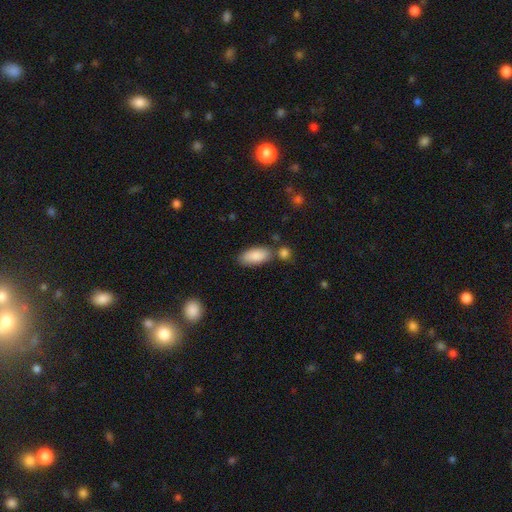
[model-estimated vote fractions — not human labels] Smooth or featured? Predicted: smooth (p=0.87). How rounded? Predicted: in between (p=0.90). Merging? Predicted: none (p=0.70).